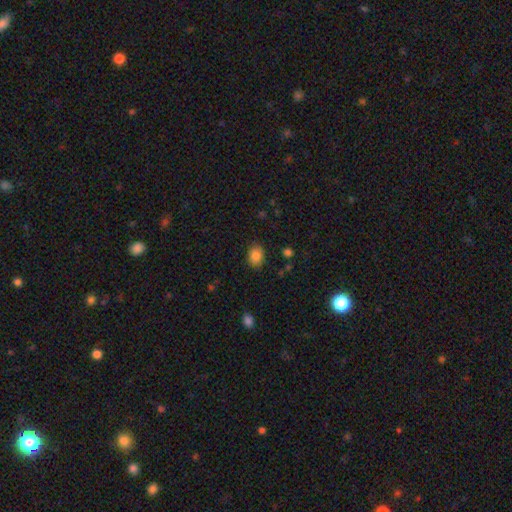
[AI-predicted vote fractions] Smooth or featured?
  - smooth: 86% *
  - star or artifact: 10%
  - featured or disk: 5%
How rounded?
  - in between: 60% *
  - round: 39%
  - cigar-shaped: 1%
Merging?
  - none: 86% *
  - minor disturbance: 10%
  - major disturbance: 3%
  - merger: 1%